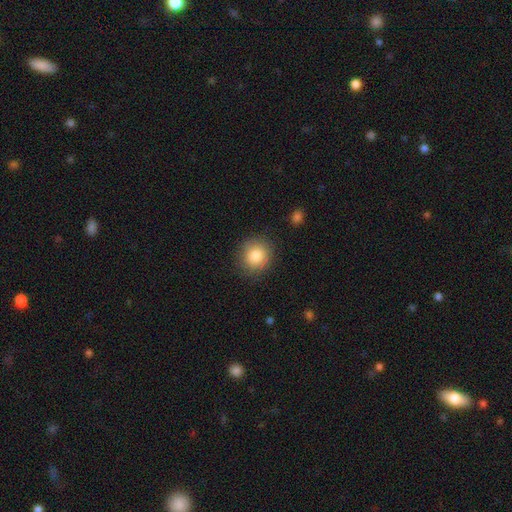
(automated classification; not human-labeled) This is clearly a smooth galaxy (84%). How rounded: clearly round (89%). Merging: clearly none (86%).